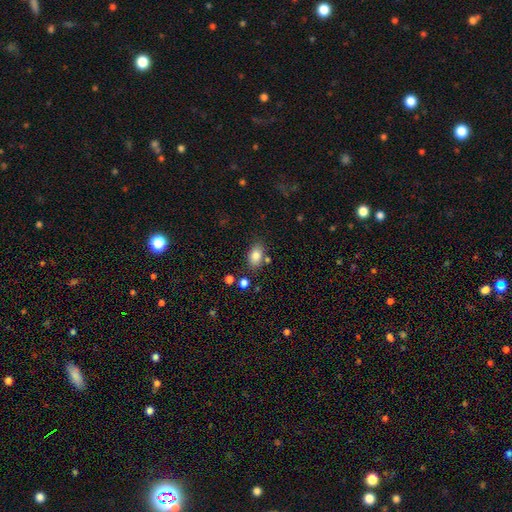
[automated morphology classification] smooth 83%, star or artifact 9%, featured or disk 8%. Down the decision tree: how rounded — in between (85%); merging — none (76%).